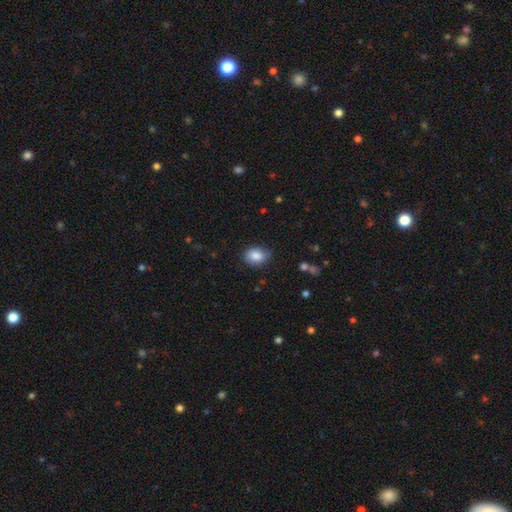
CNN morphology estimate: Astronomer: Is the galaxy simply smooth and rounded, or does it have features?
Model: smooth — 85%.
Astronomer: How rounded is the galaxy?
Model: in between — 69%.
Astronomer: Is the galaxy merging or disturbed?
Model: none — 77%.